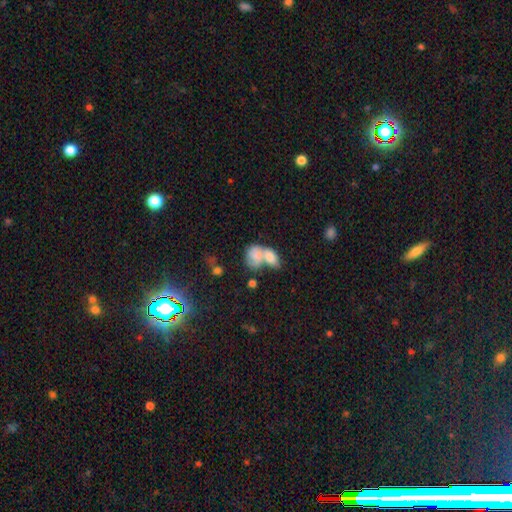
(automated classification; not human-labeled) smooth-or-featured: smooth: 73% | featured or disk: 19% | star or artifact: 8%
  how-rounded: in between: 73% | round: 25% | cigar-shaped: 2%
  merging: merger: 72% | none: 15% | minor disturbance: 7% | major disturbance: 5%